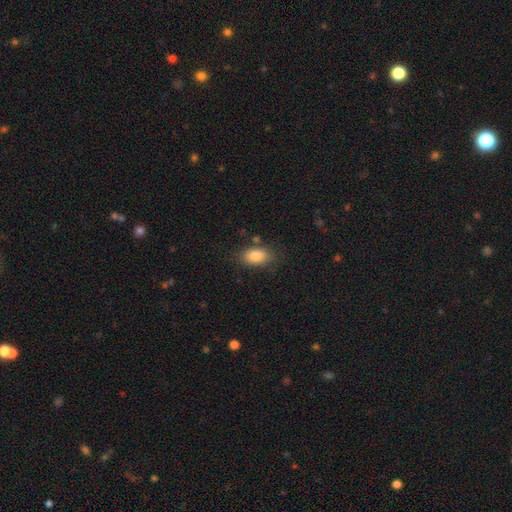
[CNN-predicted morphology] Smooth or featured? smooth (86%)
How rounded? in between (89%)
Merging? none (78%)